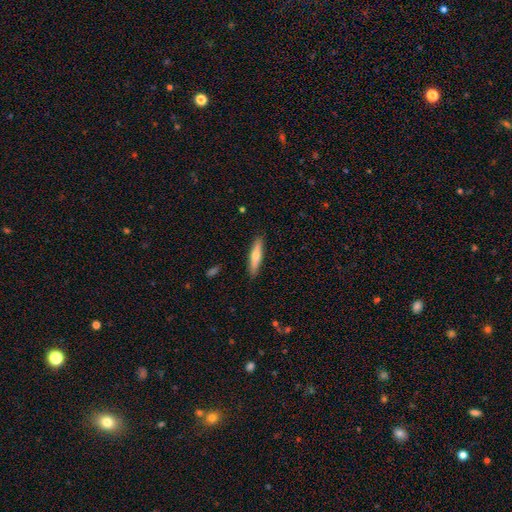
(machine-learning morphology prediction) smooth_or_featured: smooth (p=0.58) [alt: featured or disk p=0.37]
how_rounded: cigar-shaped (p=0.80) [alt: in between p=0.18]
merging: none (p=0.90) [alt: minor disturbance p=0.07]